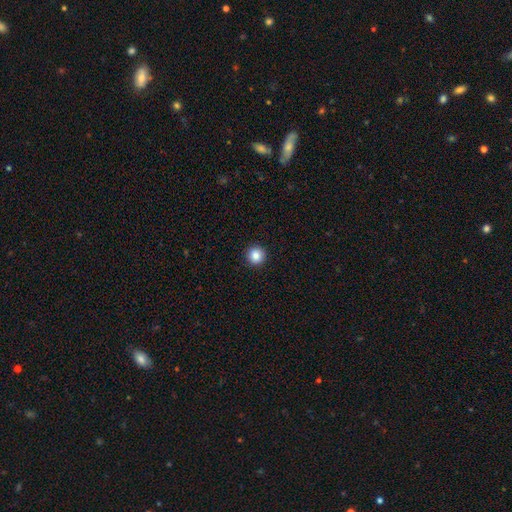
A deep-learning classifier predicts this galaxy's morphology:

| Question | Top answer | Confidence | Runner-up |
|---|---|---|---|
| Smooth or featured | smooth | 85% | star or artifact (10%) |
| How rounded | round | 96% | in between (3%) |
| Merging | none | 94% | minor disturbance (4%) |